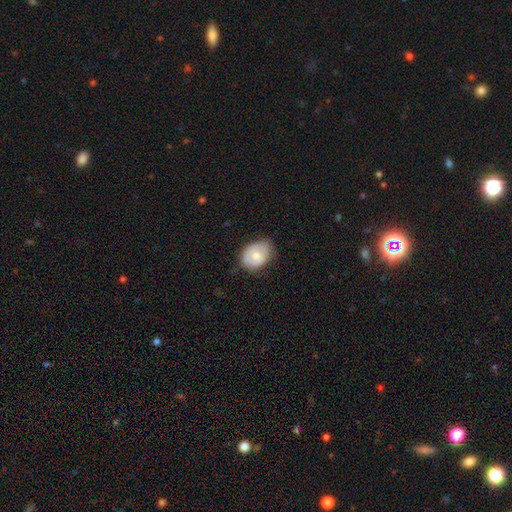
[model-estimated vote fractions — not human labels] Q: Smooth or featured?
A: smooth (71%); runner-up: featured or disk (23%)
Q: How rounded?
A: in between (69%); runner-up: round (30%)
Q: Merging?
A: none (58%); runner-up: minor disturbance (33%)